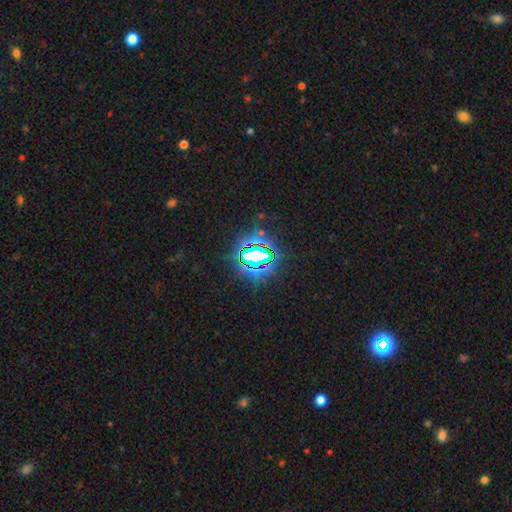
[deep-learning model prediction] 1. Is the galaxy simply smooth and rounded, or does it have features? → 75% star or artifact, 14% smooth, 10% featured or disk.